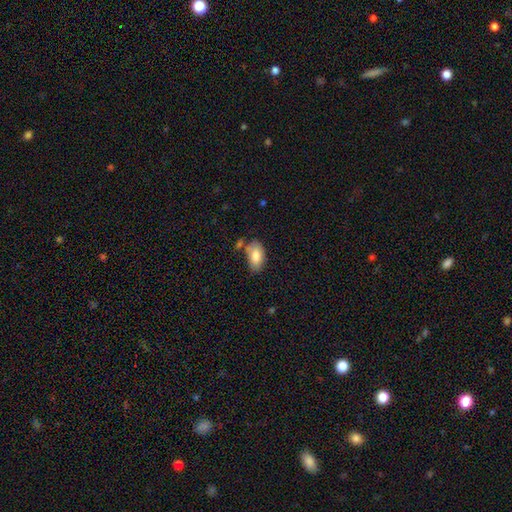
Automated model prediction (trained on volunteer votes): This is likely a smooth galaxy (80%). How rounded: clearly in between (93%). Merging: possibly none (60%).